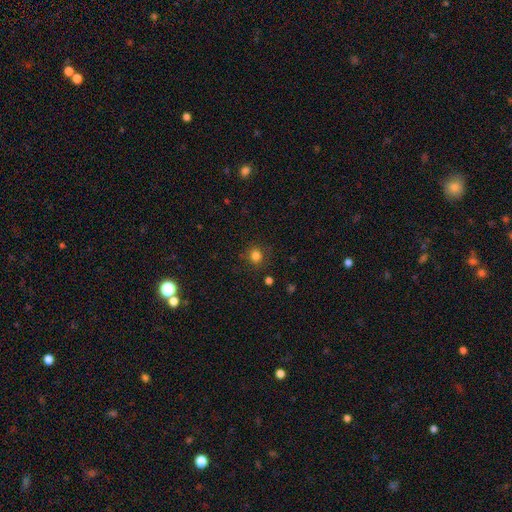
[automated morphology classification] Smooth or featured? smooth (81%)
How rounded? round (87%)
Merging? none (84%)